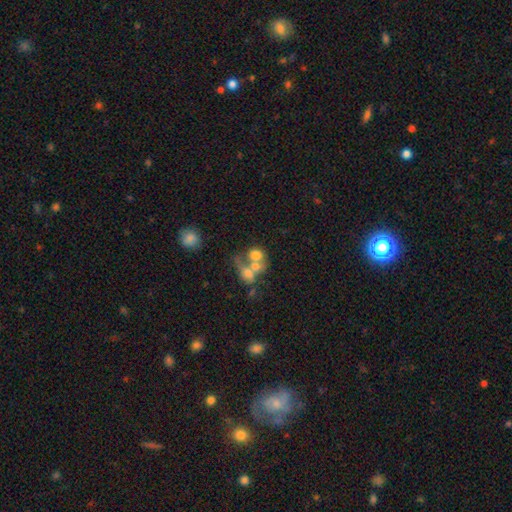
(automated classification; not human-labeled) Q: Smooth or featured?
A: smooth (61%); runner-up: featured or disk (27%)
Q: How rounded?
A: round (51%); runner-up: in between (47%)
Q: Merging?
A: merger (65%); runner-up: none (19%)